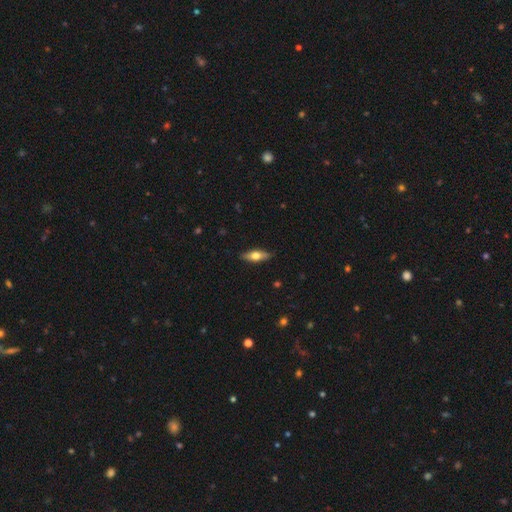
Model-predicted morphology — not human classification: A smooth galaxy with no disk features (52%) that is in between round and cigar-shaped (57%). Merging: none (87%).